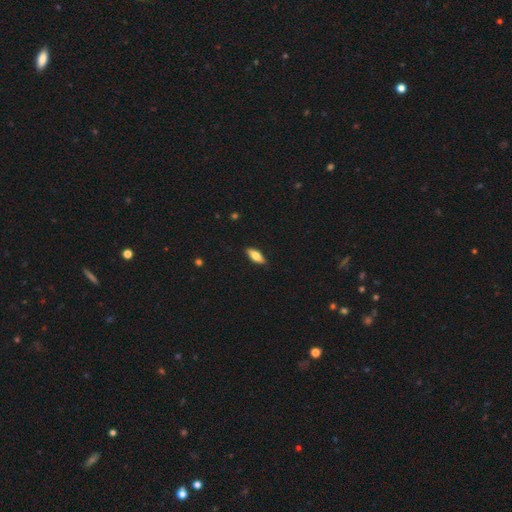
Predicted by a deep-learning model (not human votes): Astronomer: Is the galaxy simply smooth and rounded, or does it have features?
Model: smooth — 67%.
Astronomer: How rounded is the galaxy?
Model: in between — 72%.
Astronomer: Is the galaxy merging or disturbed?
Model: none — 89%.